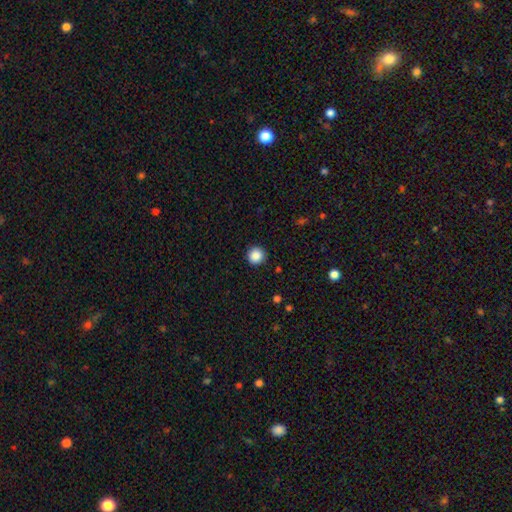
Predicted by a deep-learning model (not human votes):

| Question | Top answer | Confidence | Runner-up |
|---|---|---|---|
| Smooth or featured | smooth | 87% | star or artifact (10%) |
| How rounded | round | 95% | in between (4%) |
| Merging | none | 91% | minor disturbance (6%) |